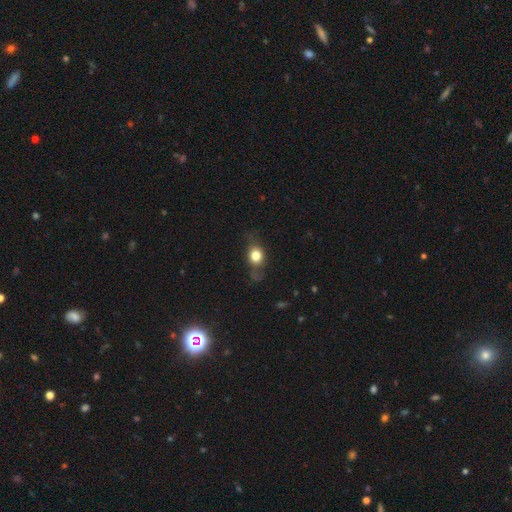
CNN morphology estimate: Smooth or featured? smooth (71%)
How rounded? round (56%)
Merging? none (61%)